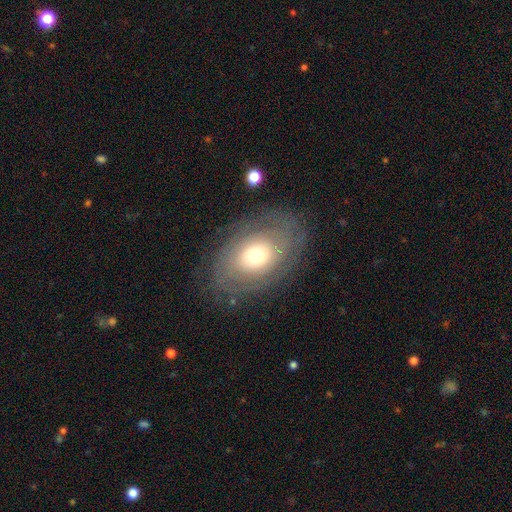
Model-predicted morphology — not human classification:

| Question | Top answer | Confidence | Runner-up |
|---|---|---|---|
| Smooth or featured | featured or disk | 50% | smooth (42%) |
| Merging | none | 78% | minor disturbance (13%) |